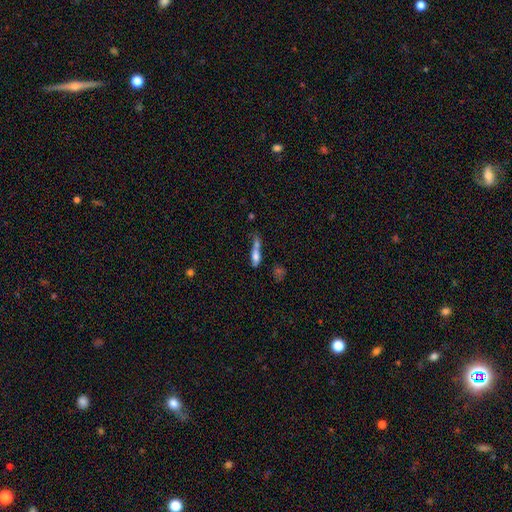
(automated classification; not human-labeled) A smooth galaxy with no disk features (63%) that is cigar-shaped (54%).

Vote fractions:
- Smooth or featured? smooth: 63% / featured or disk: 26% / star or artifact: 11%
- How rounded? cigar-shaped: 54% / in between: 40% / round: 6%
- Merging? merger: 41% / none: 28% / minor disturbance: 16% / major disturbance: 15%